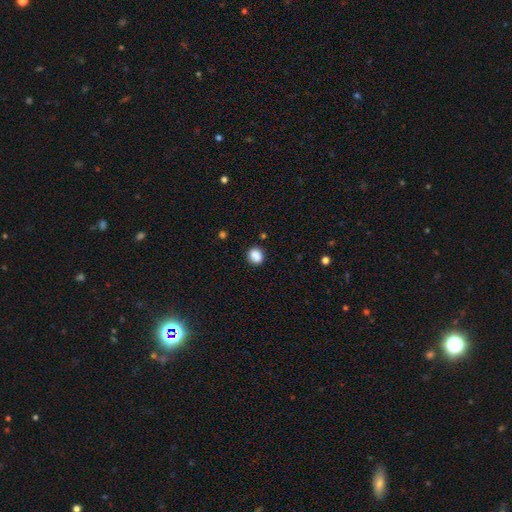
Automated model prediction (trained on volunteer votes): smooth 87%, star or artifact 9%, featured or disk 3%. Down the decision tree: how rounded — round (69%); merging — none (86%).